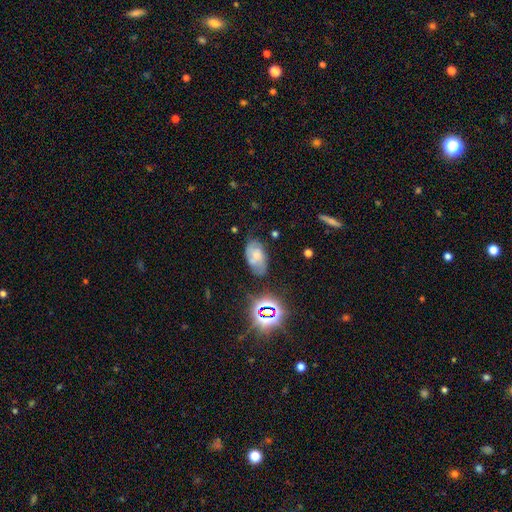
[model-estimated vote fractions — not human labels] Smooth or featured? featured or disk (43%)
Merging? none (62%)